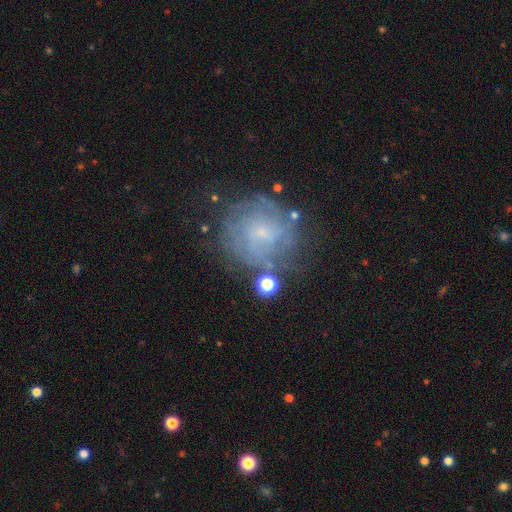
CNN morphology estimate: A featured or disk galaxy (64%) with no bar (61%), tight (61%) spiral arms (83%) and a small central bulge (65%).

Vote fractions:
- Smooth or featured? featured or disk: 64% / smooth: 22% / star or artifact: 14%
- Edge-on disk? no: 97% / yes: 3%
- Bar? no: 61% / weak: 33% / strong: 6%
- Spiral arms? yes: 83% / no: 17%
- Spiral winding? tight: 61% / medium: 29% / loose: 10%
- Spiral arm count? can't tell: 52% / 2: 16% / 3: 12% / 4: 9% / more than 4: 6% / 1: 5%
- Bulge size? small: 65% / none: 16% / moderate: 16% / large: 2% / dominant: 1%
- Merging? none: 70% / minor disturbance: 16% / major disturbance: 9% / merger: 5%